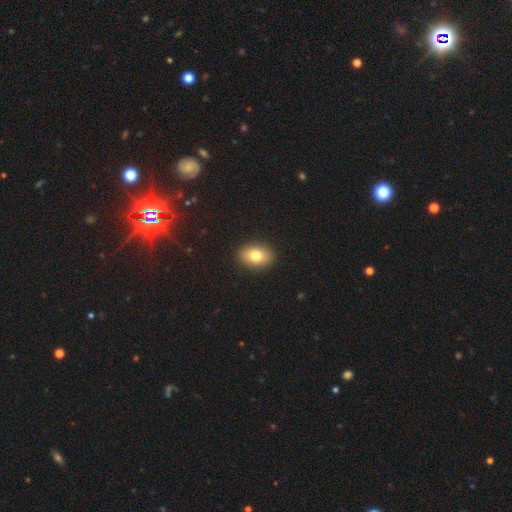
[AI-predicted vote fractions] A smooth galaxy with no disk features (79%) that is in between round and cigar-shaped (78%). Merging: none (90%).